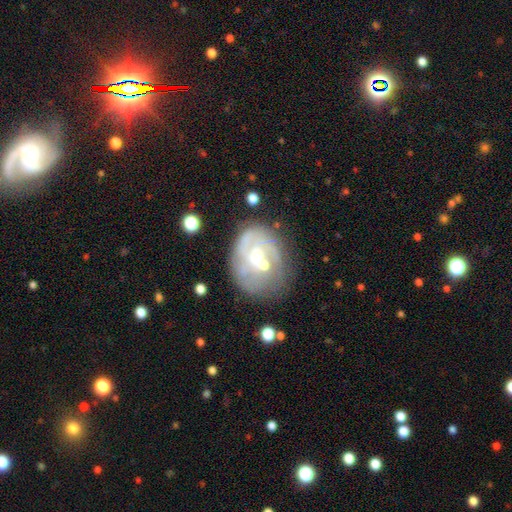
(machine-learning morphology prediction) Smooth or featured? Predicted: featured or disk (p=0.65). Edge-on disk? Predicted: no (p=0.97). Bar? Predicted: no (p=0.75). Spiral arms? Predicted: yes (p=0.52). Bulge size? Predicted: moderate (p=0.48). Merging? Predicted: none (p=0.47).